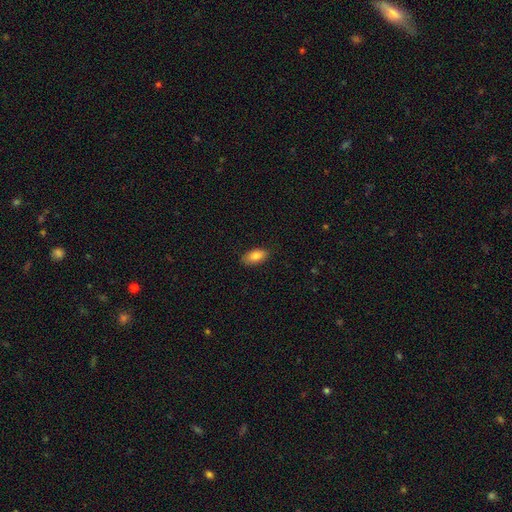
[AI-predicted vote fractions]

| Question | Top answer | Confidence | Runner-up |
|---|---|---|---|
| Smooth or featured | smooth | 84% | featured or disk (9%) |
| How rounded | in between | 91% | cigar-shaped (5%) |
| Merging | none | 85% | minor disturbance (12%) |